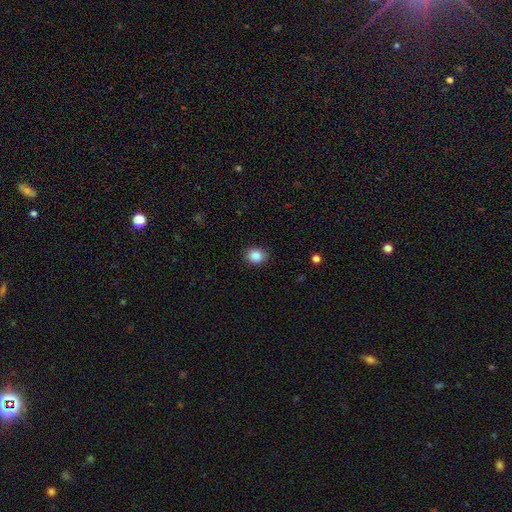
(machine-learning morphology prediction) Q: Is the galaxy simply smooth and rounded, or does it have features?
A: smooth — 87%.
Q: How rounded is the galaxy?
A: round — 63%.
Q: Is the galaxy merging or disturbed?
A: none — 88%.